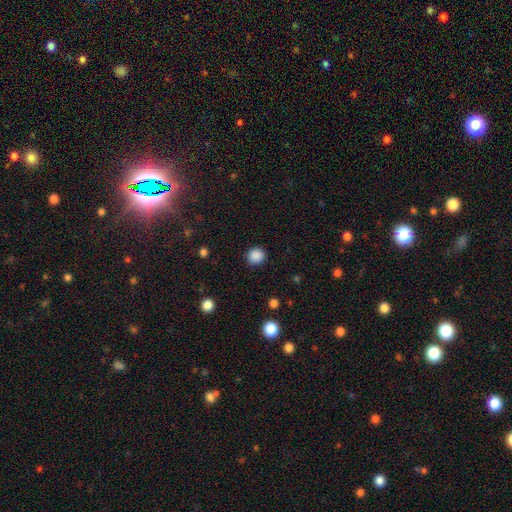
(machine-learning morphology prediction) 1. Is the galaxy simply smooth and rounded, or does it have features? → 88% smooth, 10% star or artifact, 2% featured or disk.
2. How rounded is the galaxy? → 88% round, 12% in between, 1% cigar-shaped.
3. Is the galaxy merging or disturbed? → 90% none, 7% minor disturbance, 2% major disturbance, 1% merger.